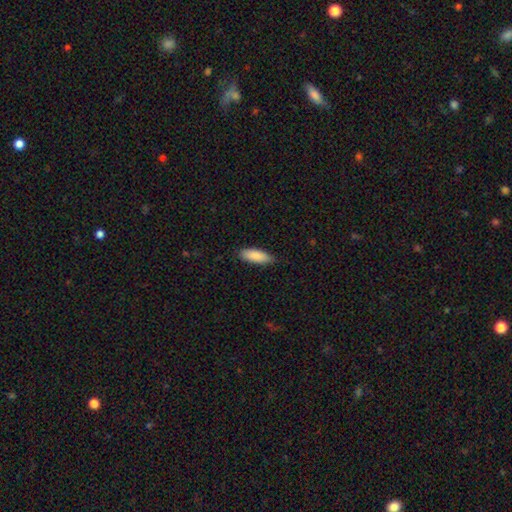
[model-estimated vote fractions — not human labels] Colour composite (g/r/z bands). It shows a smooth galaxy with no disk features (88%) that is in between round and cigar-shaped (67%). Merging: none (84%).